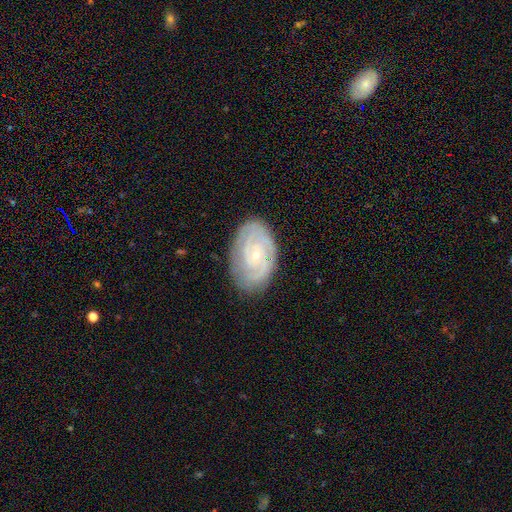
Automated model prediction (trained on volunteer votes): This appears to be a featured or disk galaxy (60%) with no bar (73%), spiral arms (78%) and a small central bulge (62%). Merging: none (82%).